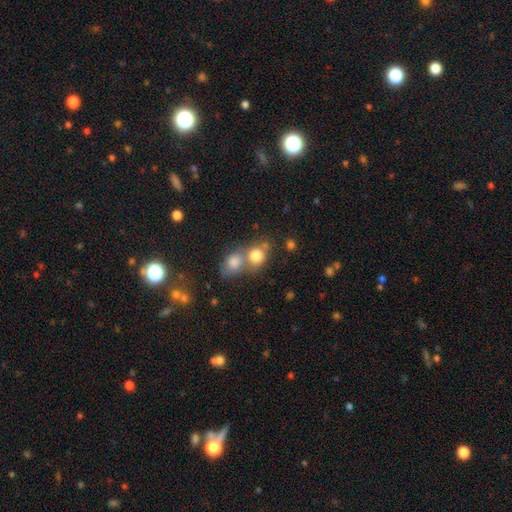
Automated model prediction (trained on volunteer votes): Smooth or featured? smooth (79%)
How rounded? round (71%)
Merging? merger (52%)